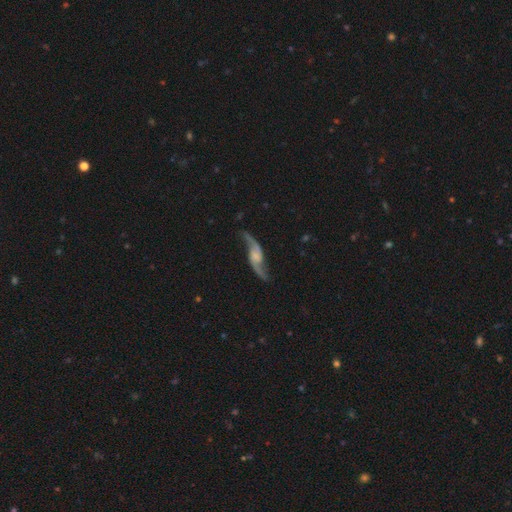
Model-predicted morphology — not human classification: Smooth or featured? Predicted: featured or disk (p=0.88). Edge-on disk? Predicted: no (p=0.90). Bar? Predicted: no (p=0.51). Spiral arms? Predicted: yes (p=0.97). Spiral winding? Predicted: loose (p=0.85). Spiral arm count? Predicted: 2 (p=0.94). Bulge size? Predicted: none (p=0.44). Merging? Predicted: none (p=0.76).